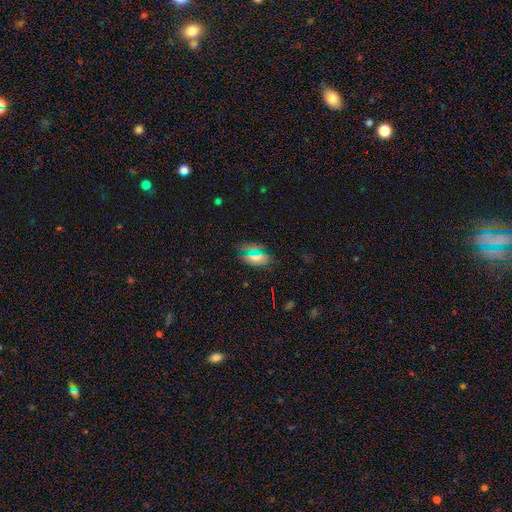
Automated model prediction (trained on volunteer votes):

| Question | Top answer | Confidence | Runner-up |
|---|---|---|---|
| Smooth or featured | smooth | 62% | star or artifact (24%) |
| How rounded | in between | 87% | cigar-shaped (7%) |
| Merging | none | 77% | minor disturbance (16%) |